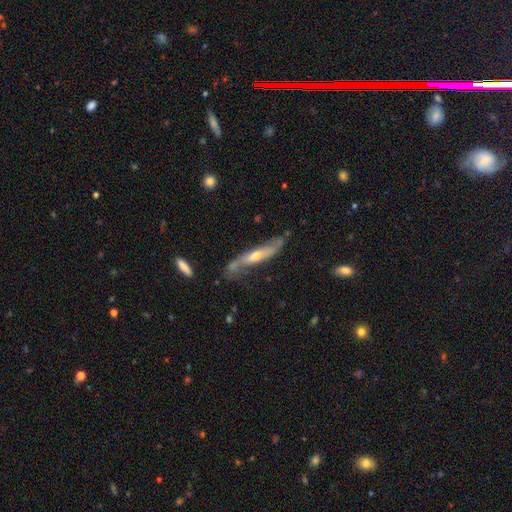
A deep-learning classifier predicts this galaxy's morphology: type=featured or disk (71%); edge-on=yes (56%); merging=none (58%).